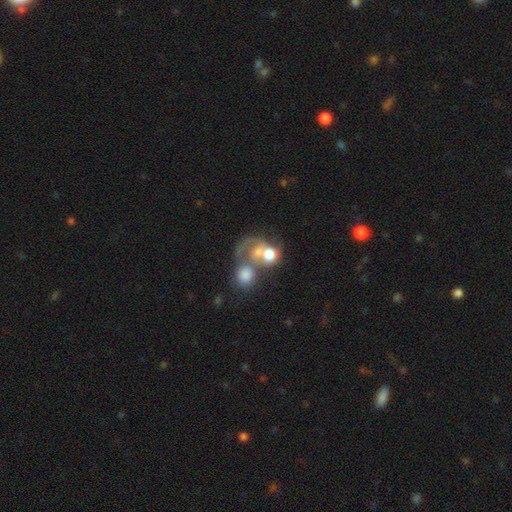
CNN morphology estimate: A featured or disk galaxy (46%).

Vote fractions:
- Smooth or featured? featured or disk: 46% / smooth: 35% / star or artifact: 19%
- Merging? merger: 62% / none: 21% / major disturbance: 9% / minor disturbance: 8%